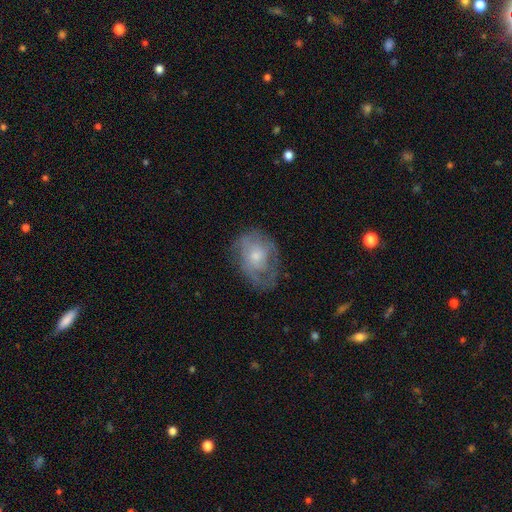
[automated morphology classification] The model was most divided on "bulge size" (2-way tie): moderate: 45%, small: 45%, large: 4%, none: 4%, dominant: 1%. More confident: edge-on disk — no (96%); bar — no (81%); spiral arms — yes (59%); merging — none (56%); smooth or featured — featured or disk (55%).